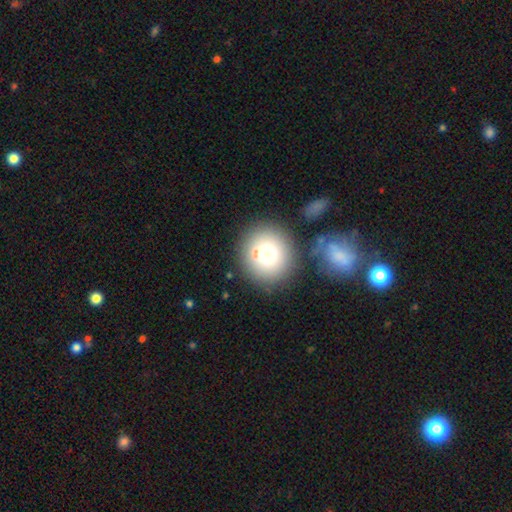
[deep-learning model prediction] Morphology: type=smooth (73%); roundness=round (91%); merging=none (76%).